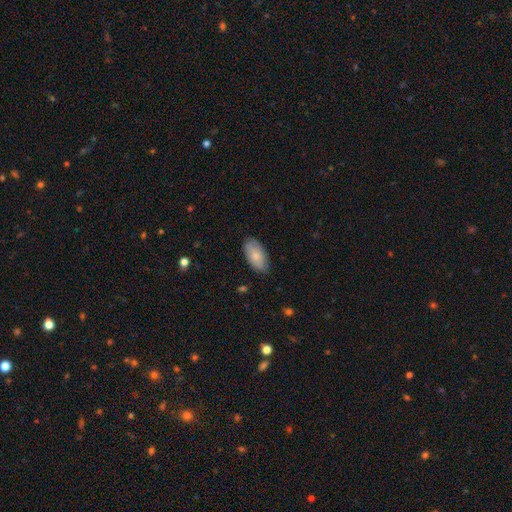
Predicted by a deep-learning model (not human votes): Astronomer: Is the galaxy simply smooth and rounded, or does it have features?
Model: smooth — 77%.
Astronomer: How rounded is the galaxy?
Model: in between — 94%.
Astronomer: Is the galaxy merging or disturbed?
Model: none — 81%.